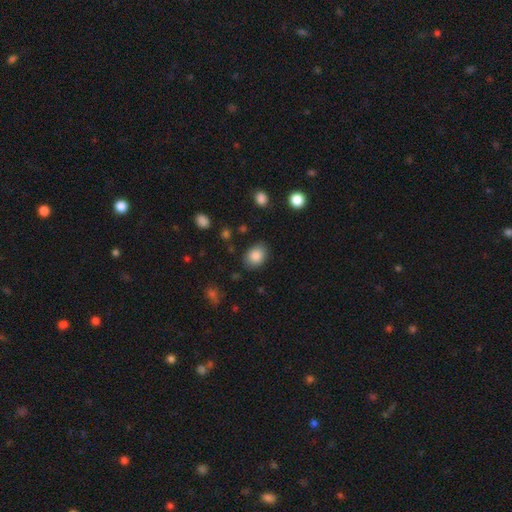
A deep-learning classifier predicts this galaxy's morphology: A smooth galaxy with no disk features (85%) that is in between round and cigar-shaped (65%). Merging: none (84%).